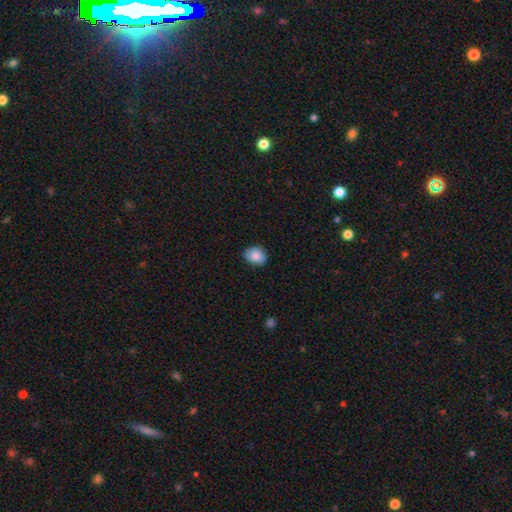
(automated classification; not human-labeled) Smooth or featured?
  - smooth: 86% *
  - star or artifact: 8%
  - featured or disk: 6%
How rounded?
  - in between: 60% *
  - round: 39%
  - cigar-shaped: 1%
Merging?
  - none: 82% *
  - minor disturbance: 15%
  - major disturbance: 2%
  - merger: 1%